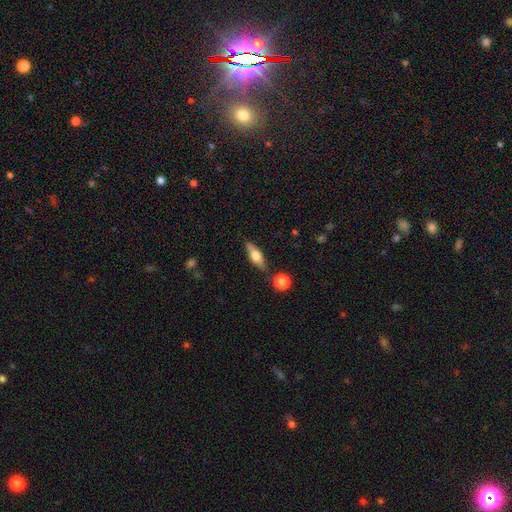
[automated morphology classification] smooth-or-featured: smooth: 55% | featured or disk: 38% | star or artifact: 7%
  how-rounded: in between: 54% | cigar-shaped: 42% | round: 4%
  merging: none: 78% | minor disturbance: 13% | merger: 7% | major disturbance: 3%